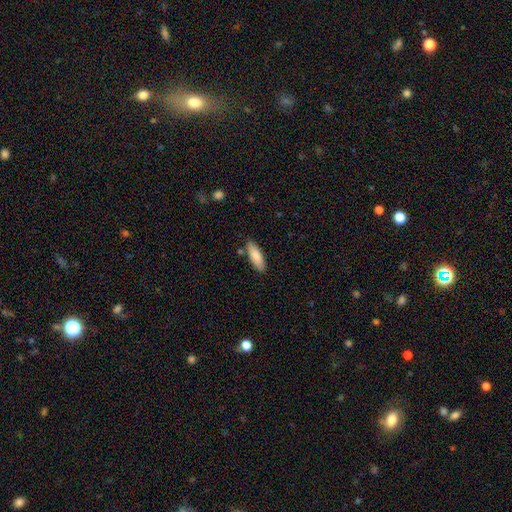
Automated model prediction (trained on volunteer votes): smooth_or_featured: smooth (p=0.85) [alt: featured or disk p=0.09]
how_rounded: in between (p=0.57) [alt: cigar-shaped p=0.41]
merging: none (p=0.83) [alt: minor disturbance p=0.11]